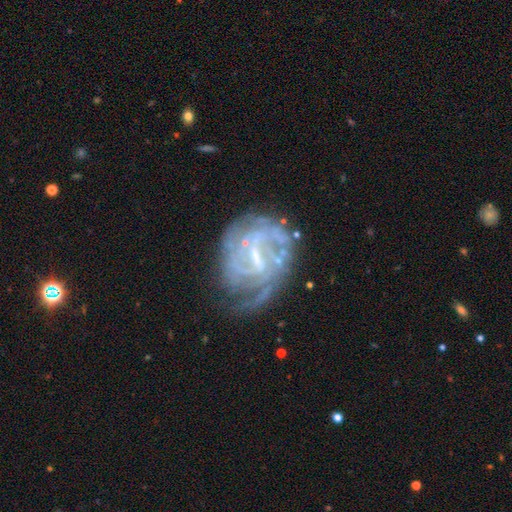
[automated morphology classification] Q: Smooth or featured?
A: featured or disk (85%); runner-up: smooth (8%)
Q: Edge-on disk?
A: no (97%); runner-up: yes (3%)
Q: Bar?
A: weak (52%); runner-up: strong (32%)
Q: Spiral arms?
A: yes (87%); runner-up: no (13%)
Q: Spiral winding?
A: tight (49%); runner-up: medium (37%)
Q: Spiral arm count?
A: can't tell (39%); runner-up: 2 (25%)
Q: Bulge size?
A: small (52%); runner-up: none (23%)
Q: Merging?
A: none (55%); runner-up: minor disturbance (22%)